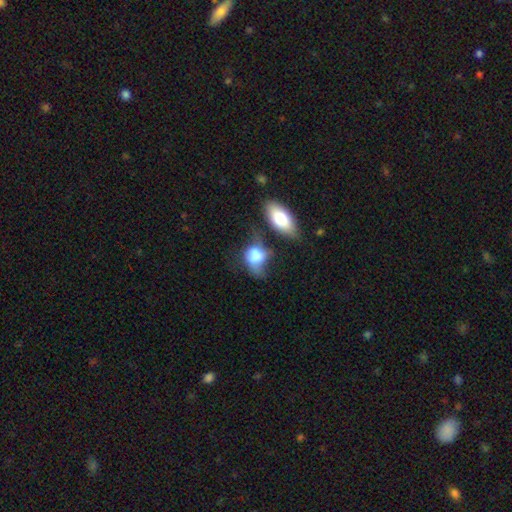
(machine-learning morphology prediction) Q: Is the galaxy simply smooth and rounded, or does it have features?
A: smooth — 67%.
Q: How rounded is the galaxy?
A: in between — 78%.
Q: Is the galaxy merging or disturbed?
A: major disturbance — 30%.